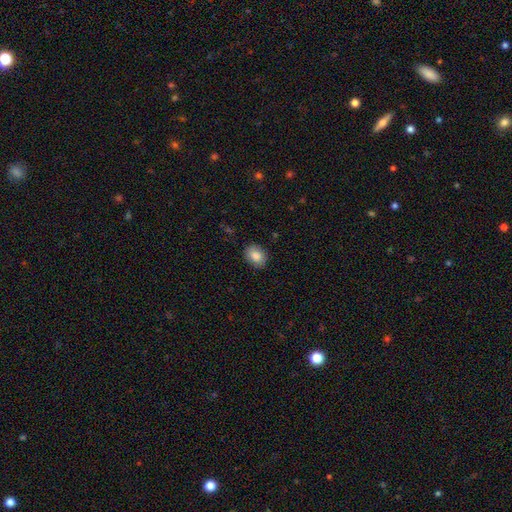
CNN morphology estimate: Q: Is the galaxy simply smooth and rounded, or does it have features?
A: smooth — 86%.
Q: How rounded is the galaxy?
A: in between — 66%.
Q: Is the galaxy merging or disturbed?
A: none — 87%.